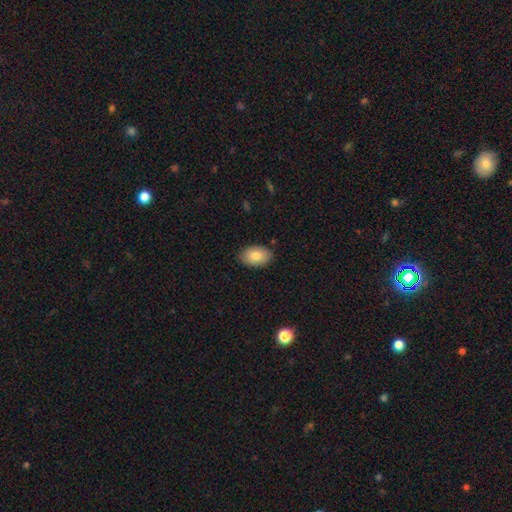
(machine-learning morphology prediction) Q: Smooth or featured?
A: smooth (82%); runner-up: featured or disk (11%)
Q: How rounded?
A: in between (88%); runner-up: round (10%)
Q: Merging?
A: none (86%); runner-up: minor disturbance (11%)